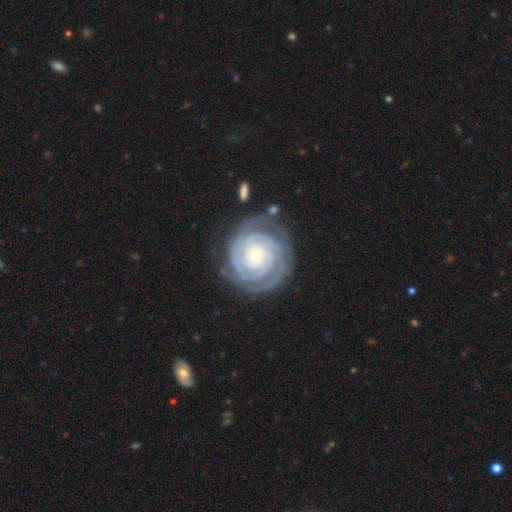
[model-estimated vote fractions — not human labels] smooth_or_featured: featured or disk (p=0.90) [alt: smooth p=0.06]
disk_edge_on: no (p=0.98) [alt: yes p=0.02]
bar: no (p=0.77) [alt: weak p=0.16]
has_spiral_arms: yes (p=0.98) [alt: no p=0.02]
spiral_winding: tight (p=0.87) [alt: medium p=0.11]
spiral_arm_count: 3 (p=0.23) [tied with: 2 p=0.23]
bulge_size: small (p=0.80) [alt: moderate p=0.16]
merging: none (p=0.76) [alt: minor disturbance p=0.16]